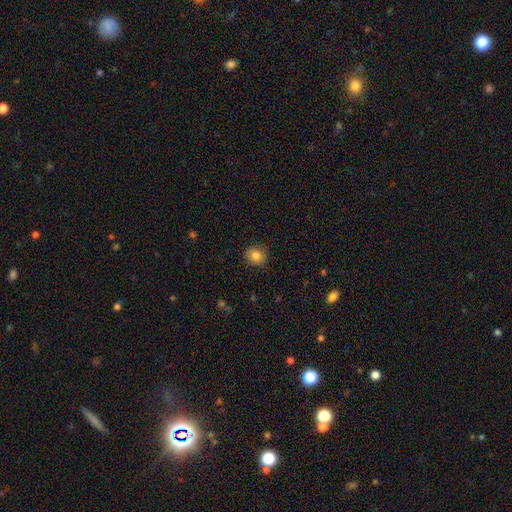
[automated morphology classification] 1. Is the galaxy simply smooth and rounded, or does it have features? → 84% smooth, 10% star or artifact, 6% featured or disk.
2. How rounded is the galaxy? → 82% round, 17% in between, 1% cigar-shaped.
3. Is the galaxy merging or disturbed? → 89% none, 8% minor disturbance, 2% major disturbance, 1% merger.